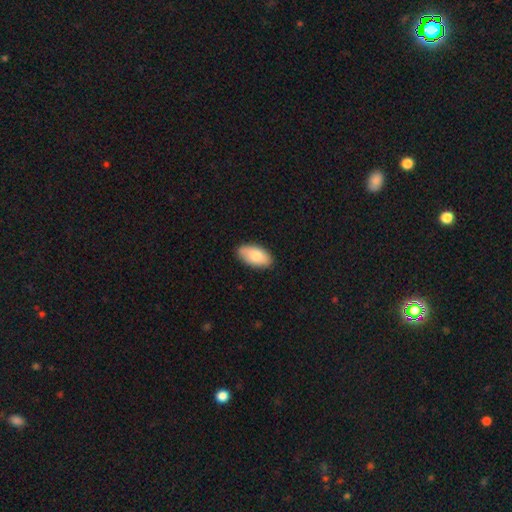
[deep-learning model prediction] A smooth galaxy with no disk features (81%) that is in between round and cigar-shaped (94%). Merging: none (87%).